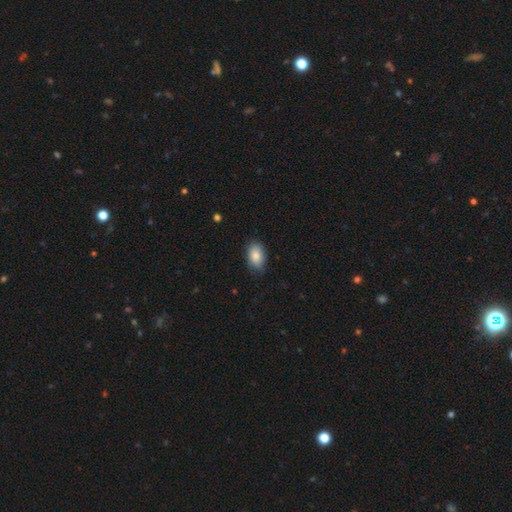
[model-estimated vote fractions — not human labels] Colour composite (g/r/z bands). It shows a smooth galaxy with no disk features (86%) that is in between round and cigar-shaped (88%). Merging: none (80%).